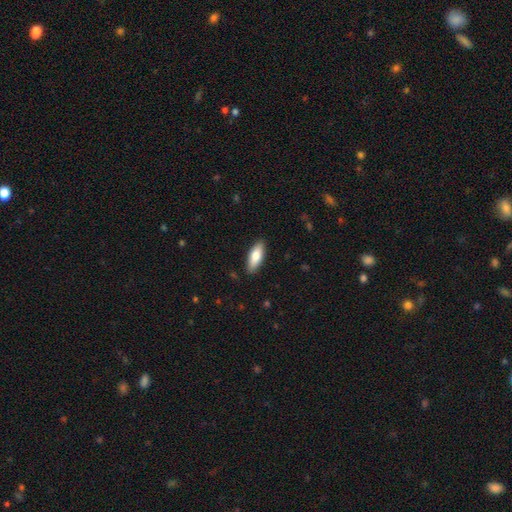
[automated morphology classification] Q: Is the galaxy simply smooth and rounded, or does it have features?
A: smooth — 77%.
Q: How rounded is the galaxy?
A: in between — 67%.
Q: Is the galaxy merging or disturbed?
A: none — 88%.